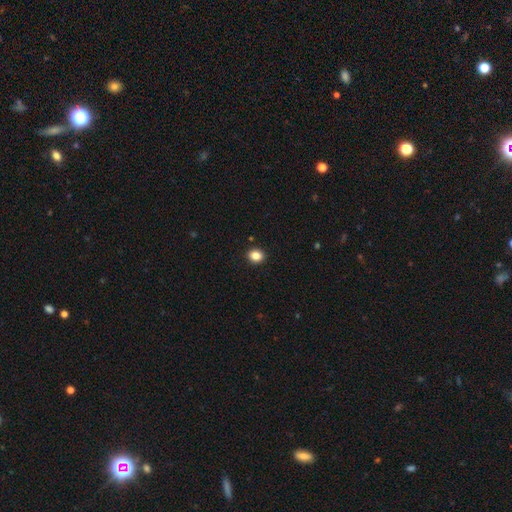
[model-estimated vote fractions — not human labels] Smooth or featured? smooth (85%)
How rounded? round (66%)
Merging? none (92%)